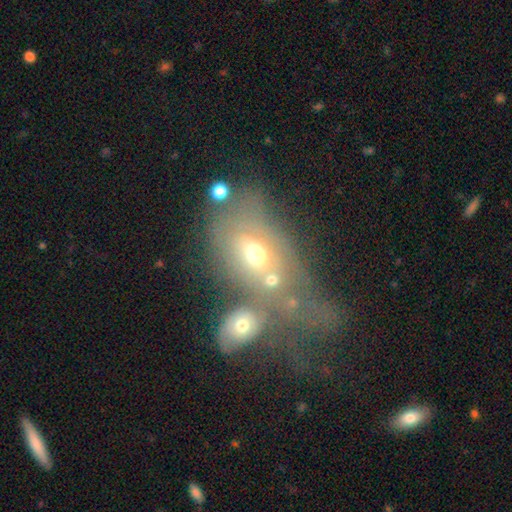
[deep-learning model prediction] Morphology: type=smooth (49%); merging=merger (48%).